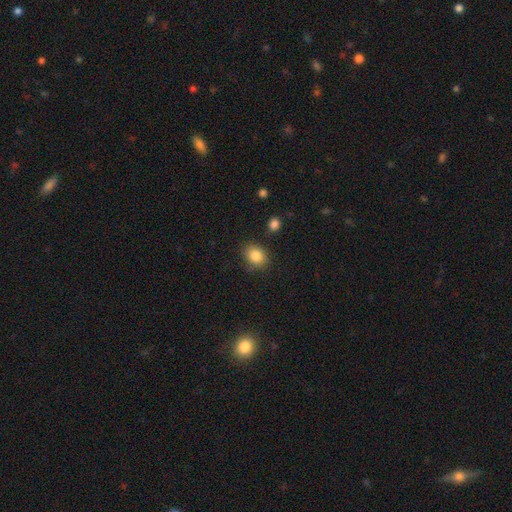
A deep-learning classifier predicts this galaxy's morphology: smooth_or_featured: smooth (p=0.85) [alt: star or artifact p=0.09]
how_rounded: in between (p=0.52) [alt: round p=0.47]
merging: none (p=0.82) [alt: minor disturbance p=0.12]